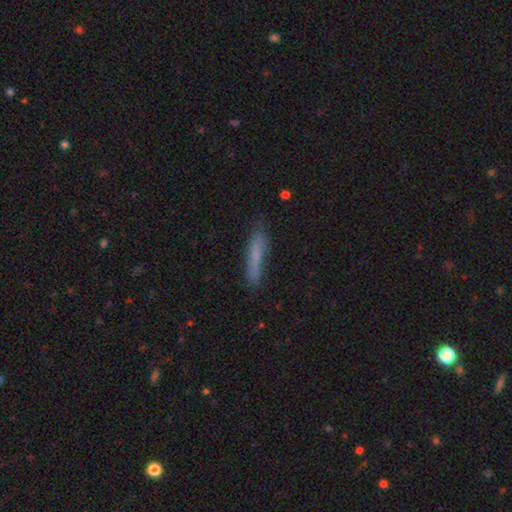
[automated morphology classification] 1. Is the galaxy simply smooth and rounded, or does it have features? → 67% smooth, 25% featured or disk, 9% star or artifact.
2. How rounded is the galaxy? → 90% cigar-shaped, 8% in between, 2% round.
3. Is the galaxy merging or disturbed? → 75% none, 19% minor disturbance, 4% major disturbance, 2% merger.